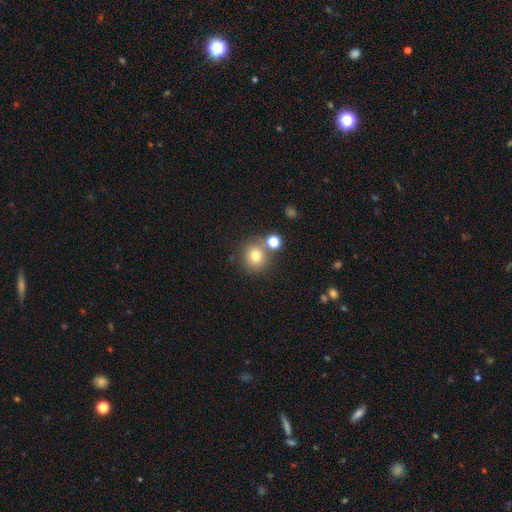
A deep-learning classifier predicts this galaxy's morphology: Overall: smooth (76%). How rounded: round (89%). Merging: none (70%).